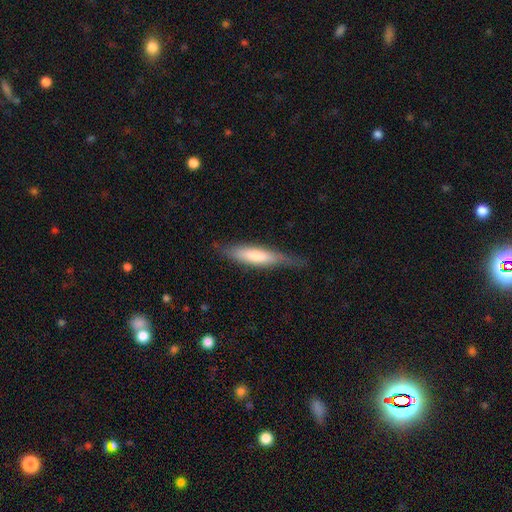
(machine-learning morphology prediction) Smooth or featured: smooth — 60% (featured or disk — 34%)
How rounded: cigar-shaped — 76% (in between — 22%)
Merging: none — 71% (minor disturbance — 21%)